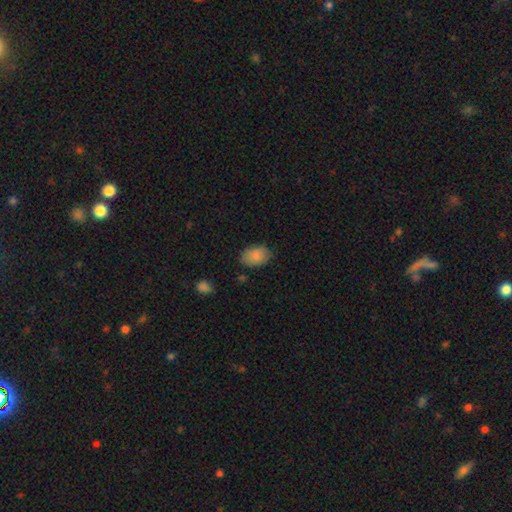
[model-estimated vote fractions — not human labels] This appears to be a smooth galaxy with no disk features (87%) that is in between round and cigar-shaped (86%). Merging: none (80%).